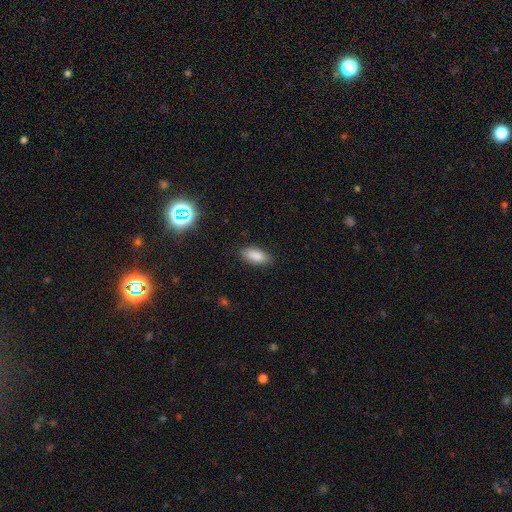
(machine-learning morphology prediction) smooth_or_featured: smooth (p=0.88) [alt: star or artifact p=0.07]
how_rounded: in between (p=0.85) [alt: cigar-shaped p=0.13]
merging: none (p=0.86) [alt: minor disturbance p=0.10]